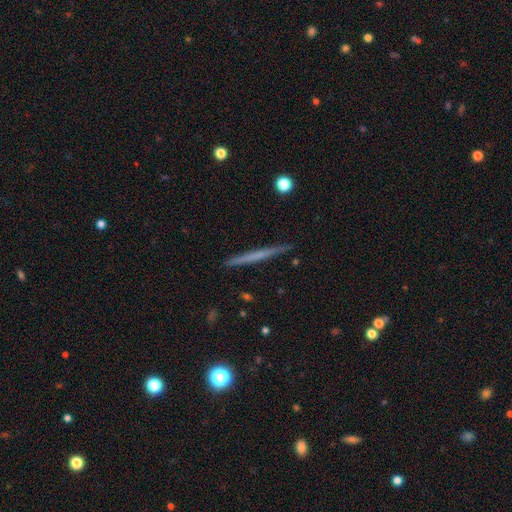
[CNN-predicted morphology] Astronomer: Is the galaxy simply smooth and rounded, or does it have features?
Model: smooth — 50% (runner-up: featured or disk, 45%).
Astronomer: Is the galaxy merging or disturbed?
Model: none — 91%.